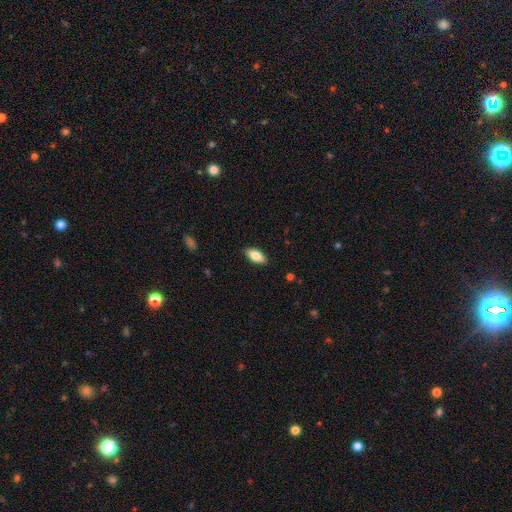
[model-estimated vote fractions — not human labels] smooth-or-featured: smooth: 80% | featured or disk: 14% | star or artifact: 6%
  how-rounded: in between: 87% | cigar-shaped: 10% | round: 2%
  merging: none: 88% | minor disturbance: 9% | major disturbance: 2% | merger: 1%